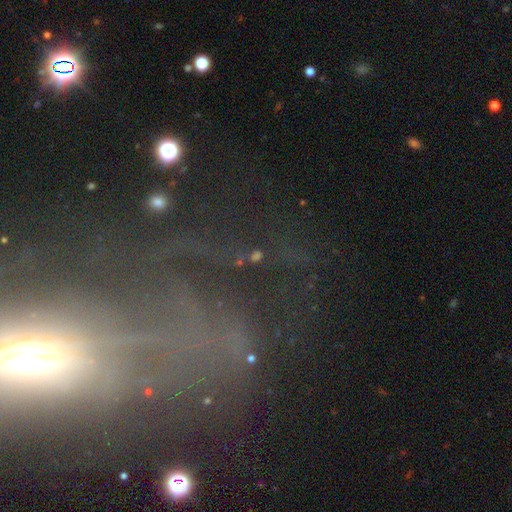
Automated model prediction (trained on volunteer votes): star or artifact 51%, featured or disk 27%, smooth 22%.